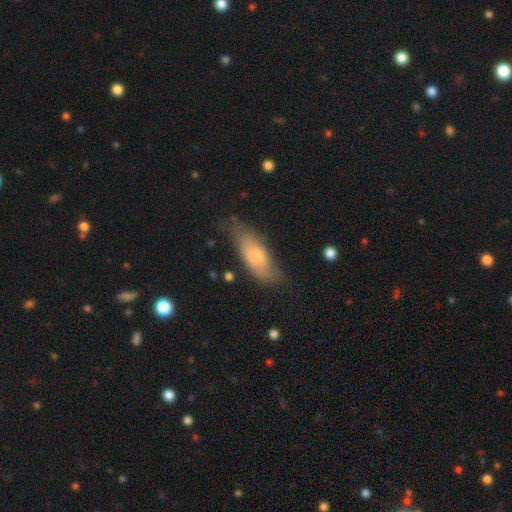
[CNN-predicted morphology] This appears to be a smooth galaxy with no disk features (59%) that is in between round and cigar-shaped (66%). Merging: none (65%).